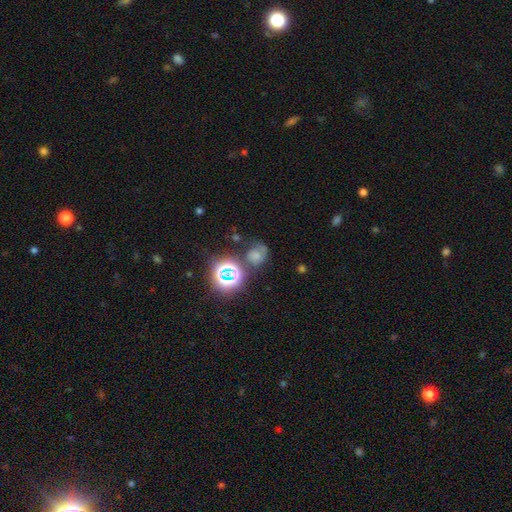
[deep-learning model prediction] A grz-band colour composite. It shows a smooth galaxy with no disk features (50%) that is round (73%). Merging: none (52%).